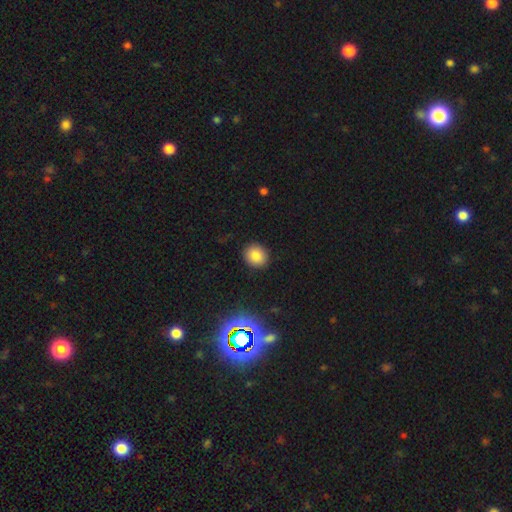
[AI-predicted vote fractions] Smooth or featured: smooth — 81% (star or artifact — 12%)
How rounded: round — 78% (in between — 21%)
Merging: none — 90% (minor disturbance — 7%)